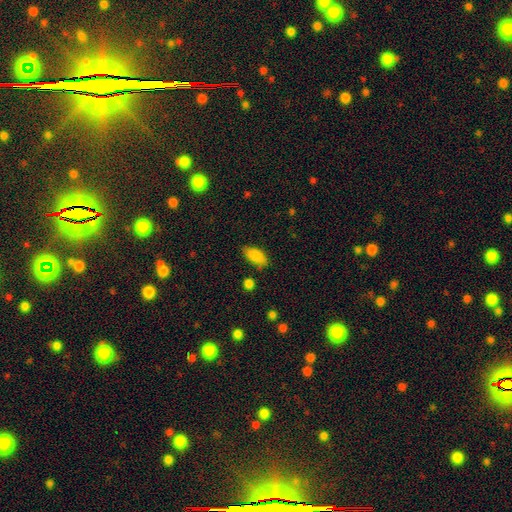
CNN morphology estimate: This is clearly a smooth galaxy (87%). How rounded: clearly in between (90%). Merging: likely none (76%).